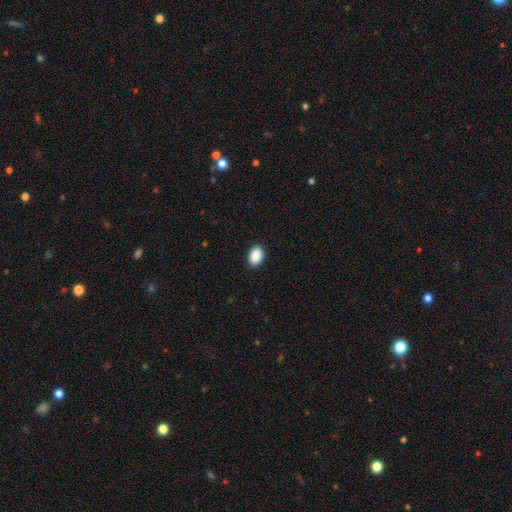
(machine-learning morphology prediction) type=smooth (90%); roundness=in between (88%); merging=none (90%).